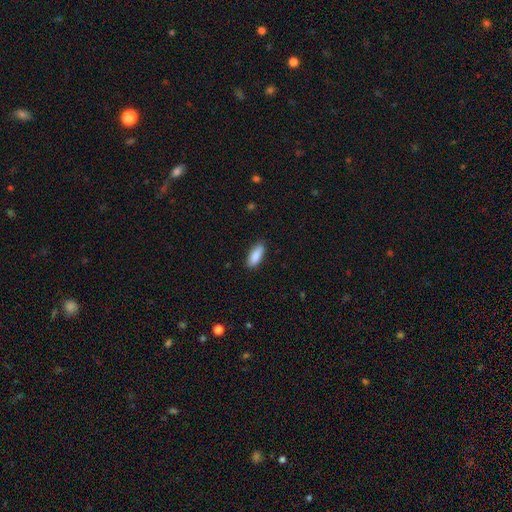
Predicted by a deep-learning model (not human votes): Q: Smooth or featured?
A: smooth (89%); runner-up: star or artifact (6%)
Q: How rounded?
A: in between (76%); runner-up: cigar-shaped (22%)
Q: Merging?
A: none (85%); runner-up: minor disturbance (12%)